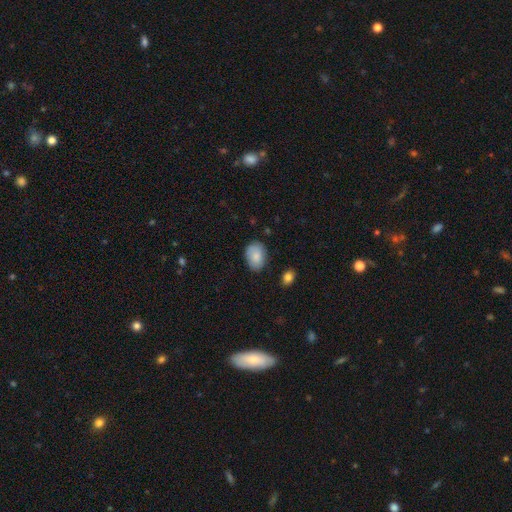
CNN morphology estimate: type=smooth (82%); roundness=in between (82%); merging=none (76%).